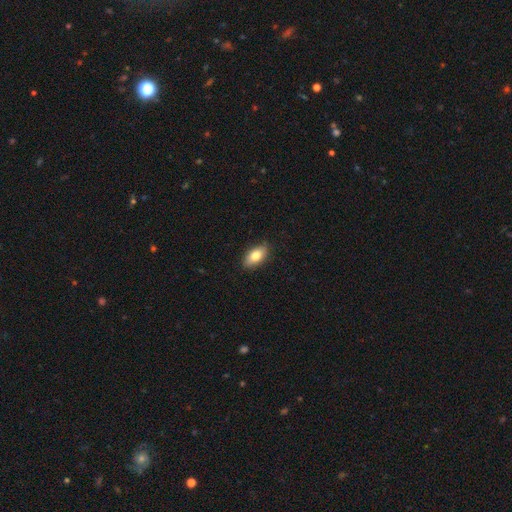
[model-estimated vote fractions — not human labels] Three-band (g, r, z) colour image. It shows a smooth galaxy with no disk features (79%) that is in between round and cigar-shaped (90%). Merging: none (88%).